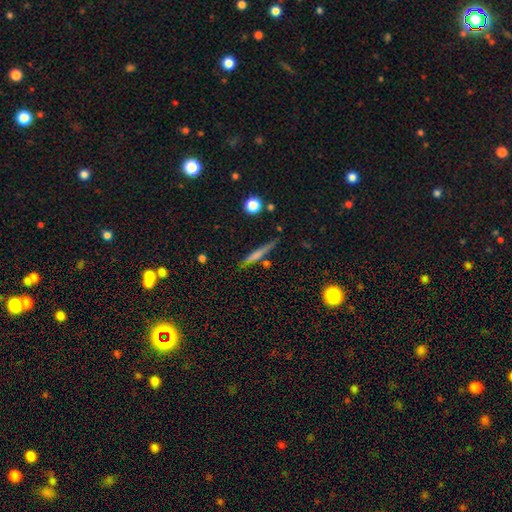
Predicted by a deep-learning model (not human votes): Smooth or featured: smooth — 59% (featured or disk — 32%)
How rounded: cigar-shaped — 93% (in between — 5%)
Merging: none — 74% (minor disturbance — 16%)